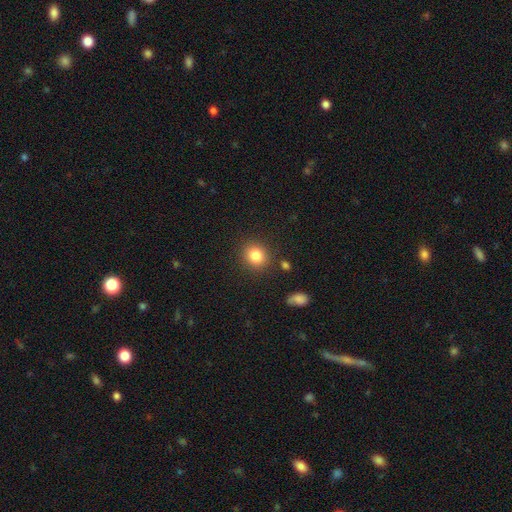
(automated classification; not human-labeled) This appears to be a smooth galaxy with no disk features (84%) that is round (75%). Merging: none (86%).